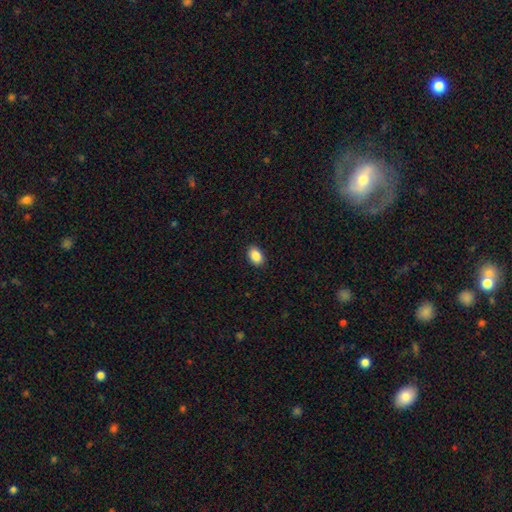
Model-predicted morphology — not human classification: smooth 88%, star or artifact 8%, featured or disk 4%. Down the decision tree: how rounded — in between (84%); merging — none (90%).